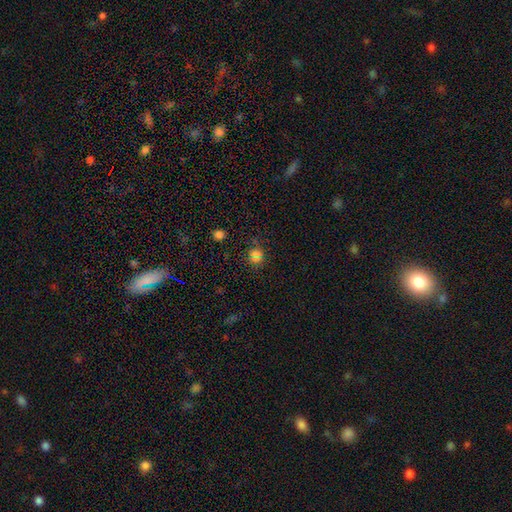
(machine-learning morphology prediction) smooth_or_featured: smooth (p=0.67) [alt: star or artifact p=0.25]
how_rounded: round (p=0.85) [alt: in between p=0.14]
merging: none (p=0.75) [alt: minor disturbance p=0.12]